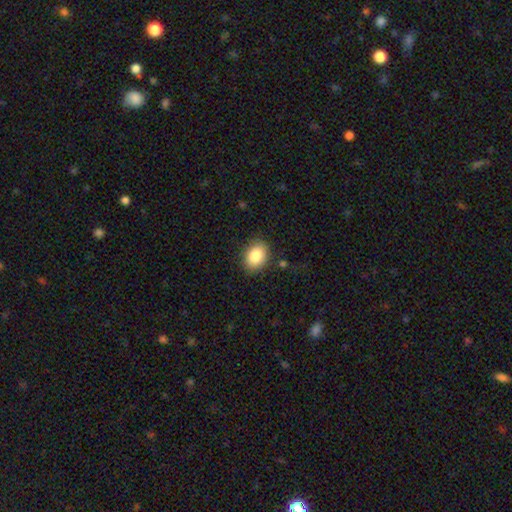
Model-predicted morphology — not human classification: type=smooth (86%); roundness=in between (75%); merging=none (84%).